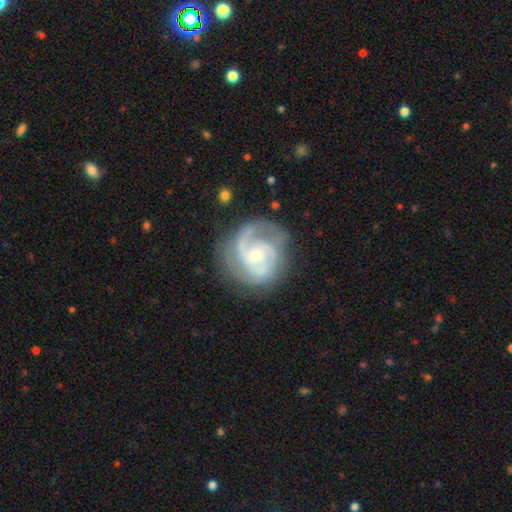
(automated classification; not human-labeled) Smooth or featured?
  - featured or disk: 88% *
  - smooth: 7%
  - star or artifact: 5%
Edge-on disk?
  - no: 98% *
  - yes: 2%
Bar?
  - no: 63% *
  - weak: 30%
  - strong: 7%
Spiral arms?
  - yes: 97% *
  - no: 3%
Spiral winding?
  - tight: 46% *
  - medium: 43%
  - loose: 10%
Spiral arm count?
  - 2: 48% *
  - 3: 25%
  - can't tell: 13%
  - 1: 6%
  - 4: 4%
  - more than 4: 4%
Bulge size?
  - small: 63% *
  - moderate: 33%
  - large: 2%
  - none: 1%
  - dominant: 1%
Merging?
  - none: 72% *
  - minor disturbance: 17%
  - major disturbance: 9%
  - merger: 2%